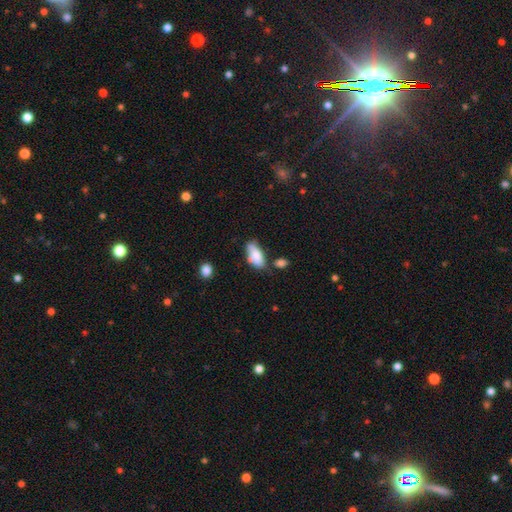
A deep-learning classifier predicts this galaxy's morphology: type=smooth (78%); roundness=in between (86%); merging=none (47%).